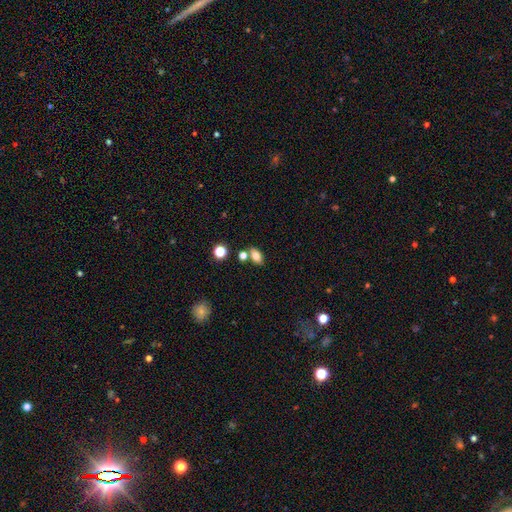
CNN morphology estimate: Smooth or featured? Predicted: smooth (p=0.78). How rounded? Predicted: in between (p=0.85). Merging? Predicted: none (p=0.67).